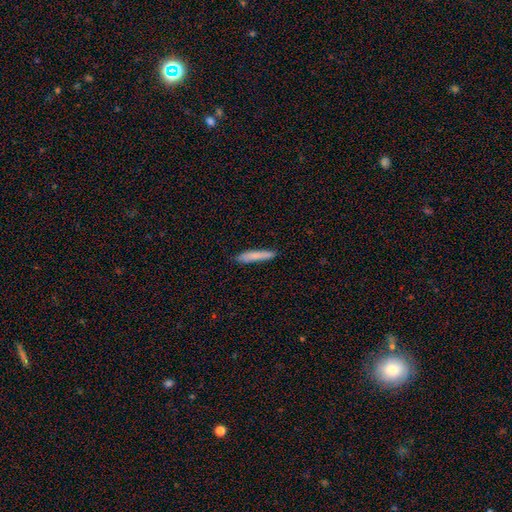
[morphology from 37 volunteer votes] Volunteers were most divided on "smooth or featured": smooth: 76%, featured or disk: 19%, star or artifact: 5%. More confident: how rounded — cigar-shaped (86%); merging — none (86%).